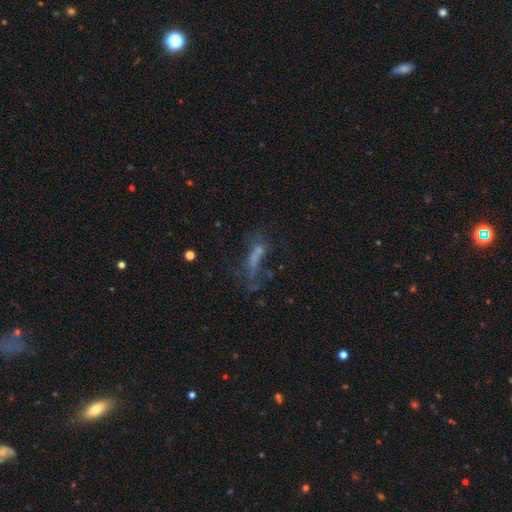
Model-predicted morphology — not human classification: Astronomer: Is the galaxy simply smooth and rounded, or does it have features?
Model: smooth — 42% (runner-up: featured or disk, 35%).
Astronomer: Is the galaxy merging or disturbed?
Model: none — 36%, tied with major disturbance at 36%.